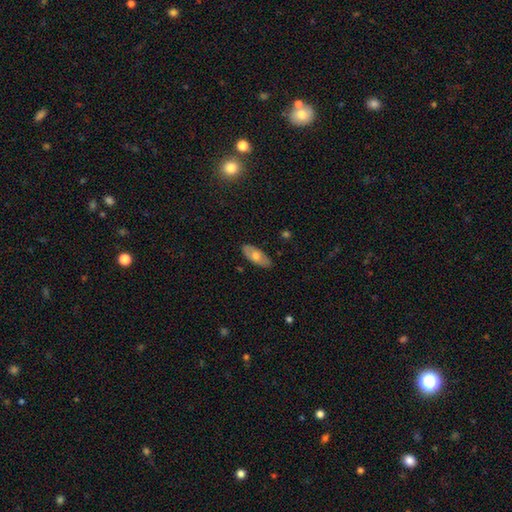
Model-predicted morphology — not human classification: type=smooth (58%); roundness=in between (88%); merging=none (85%).